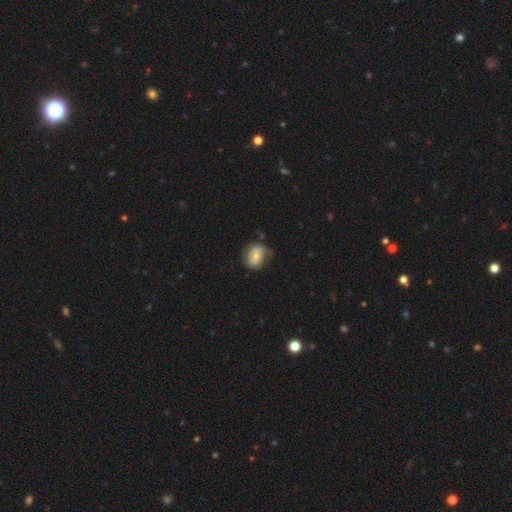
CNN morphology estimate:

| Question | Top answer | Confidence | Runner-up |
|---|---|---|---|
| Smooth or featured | smooth | 59% | featured or disk (33%) |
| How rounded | in between | 62% | round (37%) |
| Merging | none | 57% | minor disturbance (31%) |